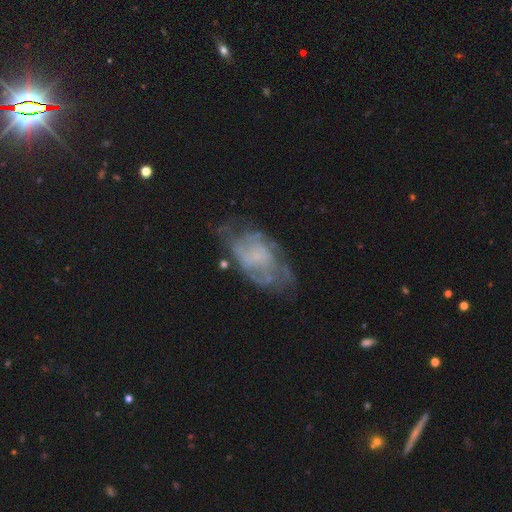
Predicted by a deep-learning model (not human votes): Smooth or featured: featured or disk — 70% (smooth — 21%)
Edge-on disk: no — 96% (yes — 4%)
Bar: no — 76% (weak — 21%)
Spiral arms: yes — 66% (no — 34%)
Bulge size: small — 46% (none — 40%)
Merging: none — 53% (minor disturbance — 25%)